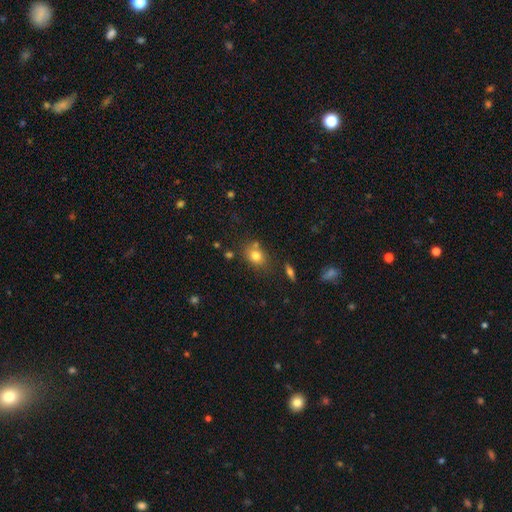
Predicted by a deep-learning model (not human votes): smooth_or_featured: smooth (p=0.78) [alt: star or artifact p=0.12]
how_rounded: round (p=0.50) [alt: in between p=0.48]
merging: none (p=0.66) [alt: minor disturbance p=0.16]